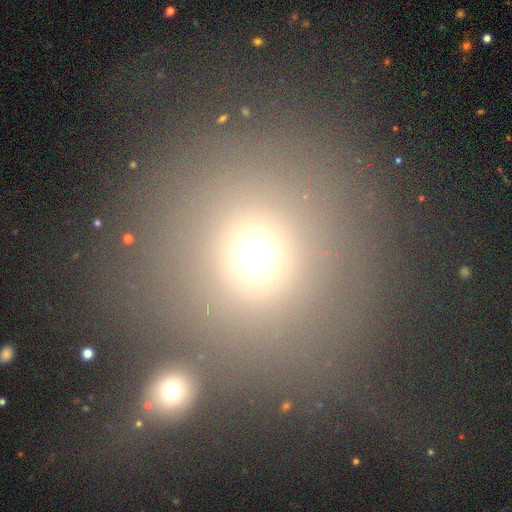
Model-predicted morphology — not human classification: A smooth galaxy with no disk features (67%) that is round (91%).

Vote fractions:
- Smooth or featured? smooth: 67% / star or artifact: 23% / featured or disk: 10%
- How rounded? round: 91% / in between: 8% / cigar-shaped: 1%
- Merging? none: 69% / merger: 16% / minor disturbance: 9% / major disturbance: 7%